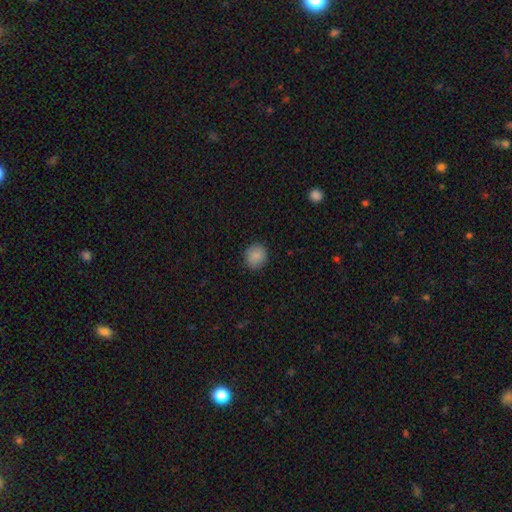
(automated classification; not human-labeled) Smooth or featured? Predicted: smooth (p=0.88). How rounded? Predicted: round (p=0.87). Merging? Predicted: none (p=0.90).